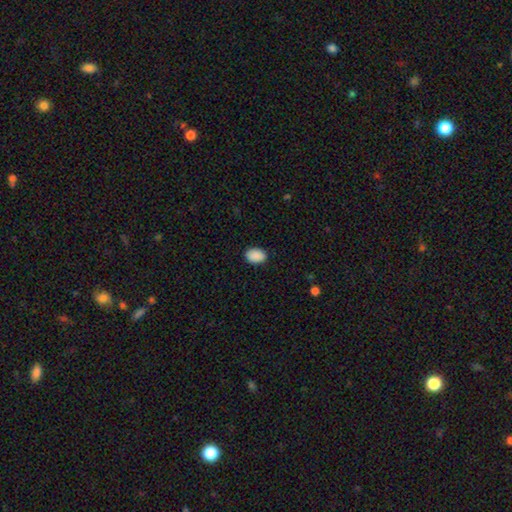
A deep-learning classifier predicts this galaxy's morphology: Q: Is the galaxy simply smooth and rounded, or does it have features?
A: smooth — 90%.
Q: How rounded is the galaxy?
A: in between — 82%.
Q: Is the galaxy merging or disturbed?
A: none — 88%.